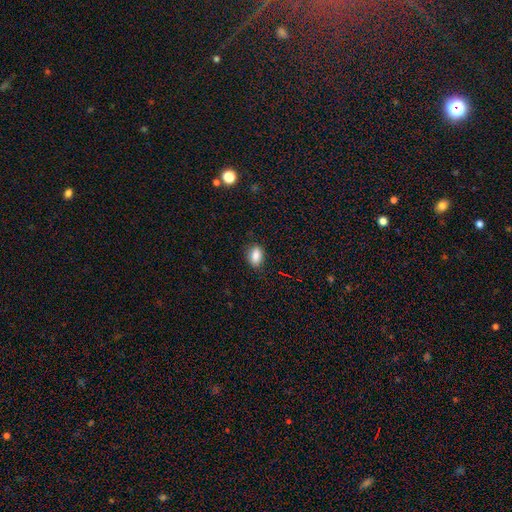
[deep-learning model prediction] smooth-or-featured: smooth: 85% | star or artifact: 9% | featured or disk: 6%
  how-rounded: in between: 84% | round: 13% | cigar-shaped: 3%
  merging: none: 82% | minor disturbance: 14% | major disturbance: 3% | merger: 1%